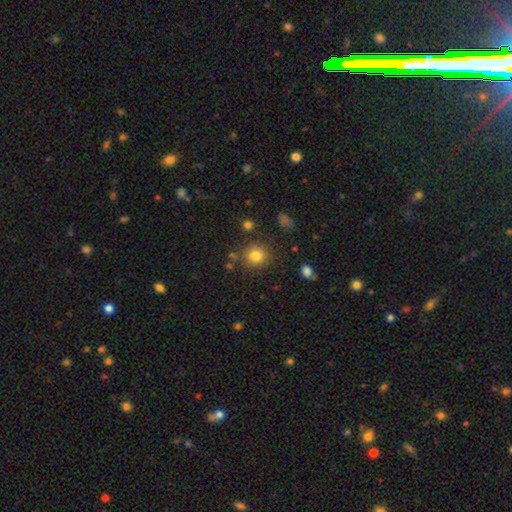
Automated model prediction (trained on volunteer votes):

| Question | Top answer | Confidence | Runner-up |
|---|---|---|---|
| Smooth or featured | smooth | 82% | star or artifact (12%) |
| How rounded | round | 88% | in between (11%) |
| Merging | none | 82% | minor disturbance (9%) |